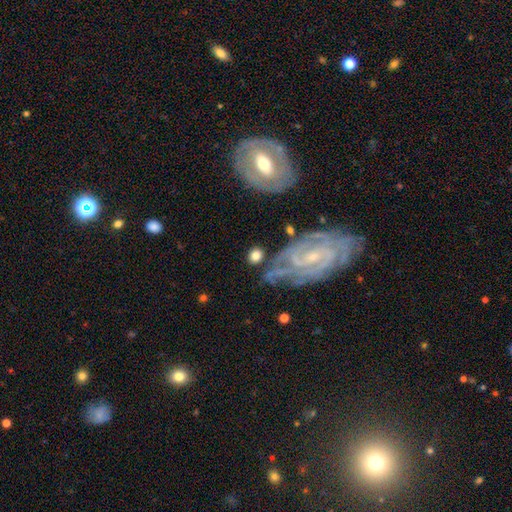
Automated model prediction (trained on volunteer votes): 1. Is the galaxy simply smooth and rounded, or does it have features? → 68% smooth, 25% featured or disk, 7% star or artifact.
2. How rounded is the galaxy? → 66% round, 32% in between, 2% cigar-shaped.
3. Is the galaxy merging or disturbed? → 72% none, 13% minor disturbance, 8% merger, 7% major disturbance.